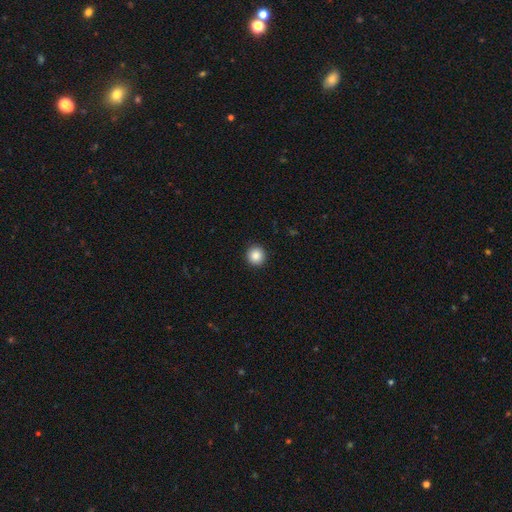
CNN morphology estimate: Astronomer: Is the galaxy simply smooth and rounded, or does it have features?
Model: smooth — 87%.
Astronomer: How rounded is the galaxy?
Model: round — 93%.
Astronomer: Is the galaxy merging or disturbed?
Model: none — 93%.